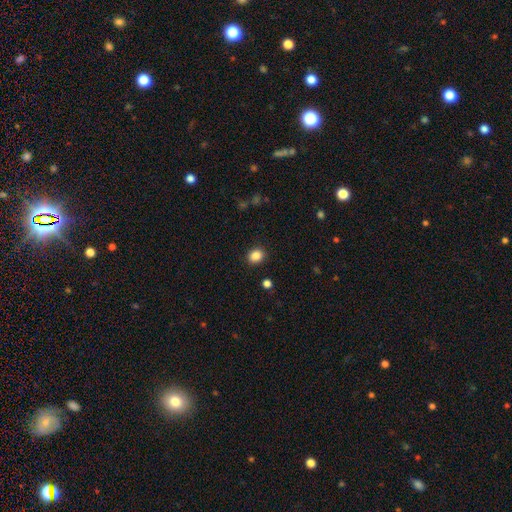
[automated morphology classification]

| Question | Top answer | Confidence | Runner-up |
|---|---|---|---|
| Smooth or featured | smooth | 86% | star or artifact (10%) |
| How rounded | round | 58% | in between (41%) |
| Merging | none | 90% | minor disturbance (7%) |